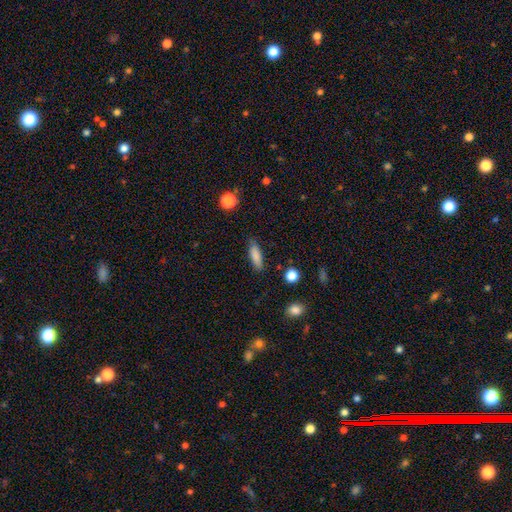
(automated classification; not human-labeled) A smooth galaxy with no disk features (83%) that is cigar-shaped (53%).

Vote fractions:
- Smooth or featured? smooth: 83% / featured or disk: 9% / star or artifact: 8%
- How rounded? cigar-shaped: 53% / in between: 45% / round: 2%
- Merging? none: 83% / minor disturbance: 13% / major disturbance: 3% / merger: 2%